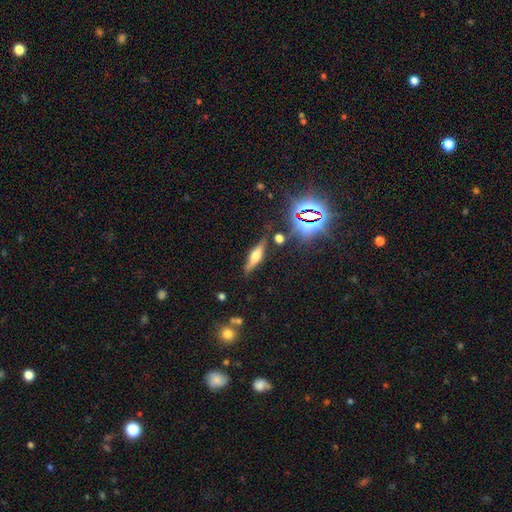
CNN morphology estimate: A featured or disk galaxy (52%) viewed edge-on (93%).

Vote fractions:
- Smooth or featured? featured or disk: 52% / smooth: 34% / star or artifact: 14%
- Edge-on disk? yes: 93% / no: 7%
- Merging? none: 81% / minor disturbance: 12% / merger: 4% / major disturbance: 3%